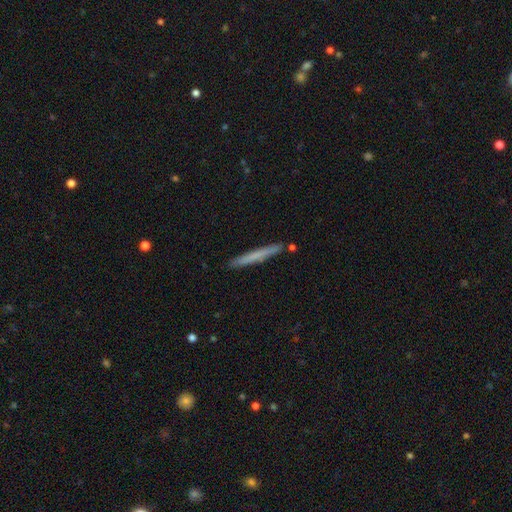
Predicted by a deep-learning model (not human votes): Q: Smooth or featured?
A: smooth (63%); runner-up: featured or disk (31%)
Q: How rounded?
A: cigar-shaped (97%); runner-up: in between (2%)
Q: Merging?
A: none (89%); runner-up: minor disturbance (7%)